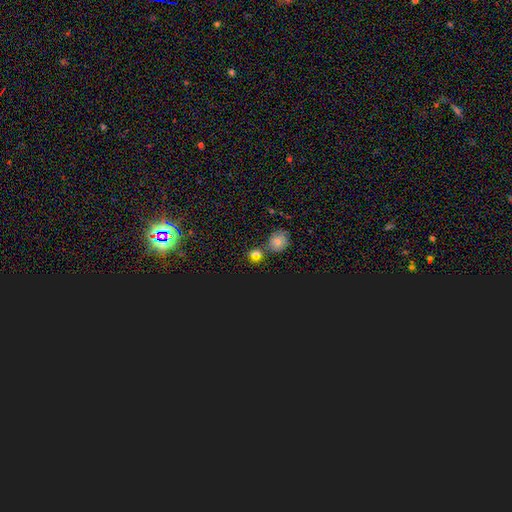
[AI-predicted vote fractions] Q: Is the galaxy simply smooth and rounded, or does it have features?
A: smooth — 47%.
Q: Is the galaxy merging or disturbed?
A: none — 62%.